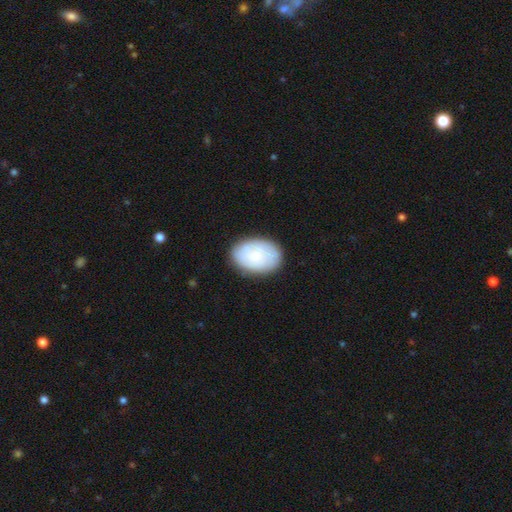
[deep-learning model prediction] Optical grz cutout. It shows a smooth galaxy with no disk features (72%) that is in between round and cigar-shaped (83%). Merging: none (83%).